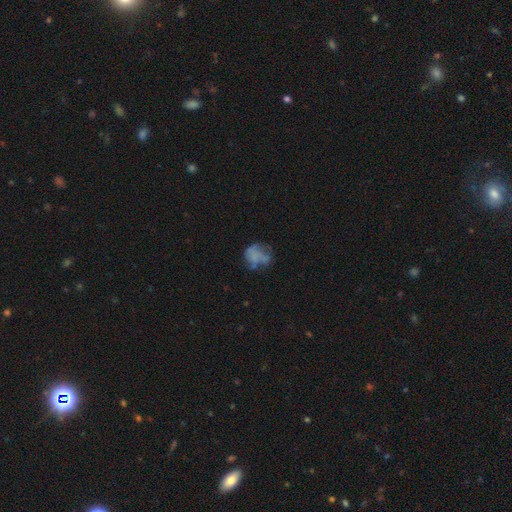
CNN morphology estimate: This appears to be a smooth galaxy with no disk features (49%). Merging: none (40%).